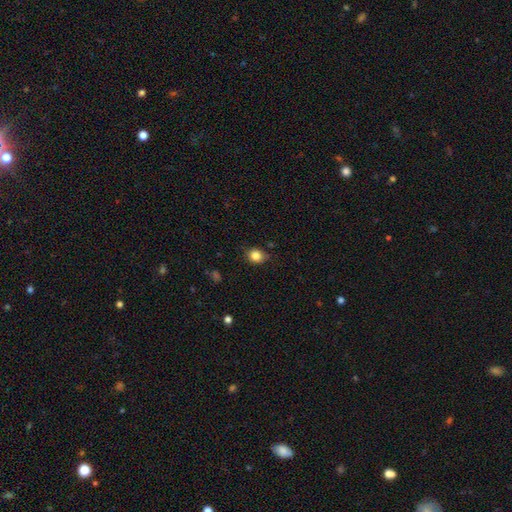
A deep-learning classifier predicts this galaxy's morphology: Overall: smooth (84%). How rounded: round (68%; in between 31%). Merging: none (77%).